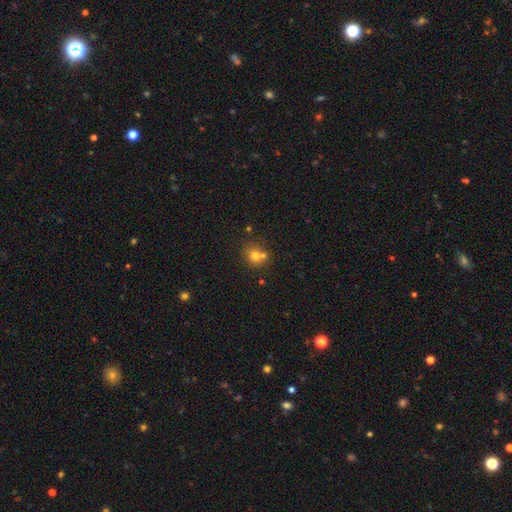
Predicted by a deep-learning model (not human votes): This appears to be a smooth galaxy with no disk features (72%) that is round (77%). Merging: none (52%).